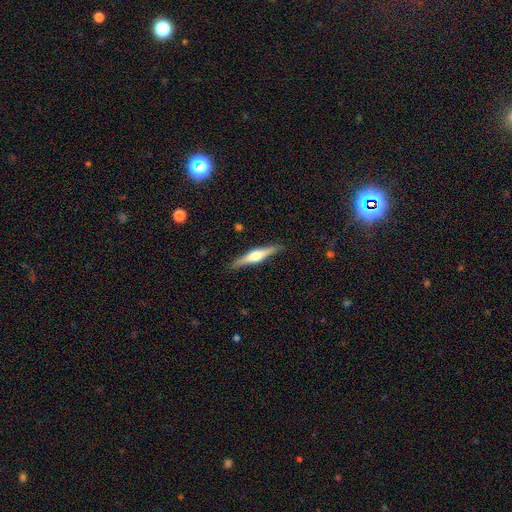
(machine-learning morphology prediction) Overall: featured or disk (68%). Edge-on disk: yes (98%). Edge-on bulge: rounded (90%). Merging: none (90%).